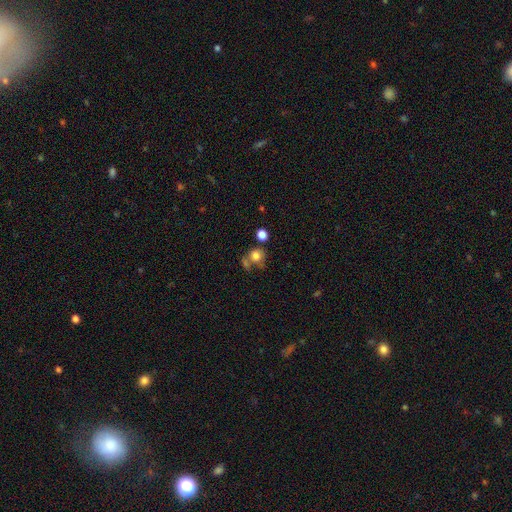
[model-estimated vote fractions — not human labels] A smooth galaxy with no disk features (75%) that is round (77%).

Vote fractions:
- Smooth or featured? smooth: 75% / featured or disk: 14% / star or artifact: 12%
- How rounded? round: 77% / in between: 21% / cigar-shaped: 1%
- Merging? none: 45% / merger: 28% / minor disturbance: 16% / major disturbance: 11%